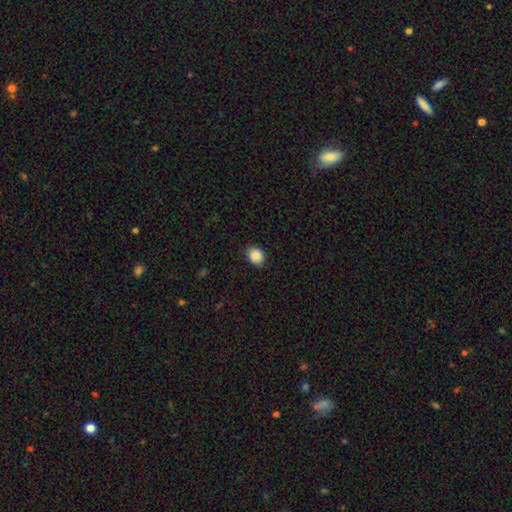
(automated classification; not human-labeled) The model was most divided on "how rounded": round: 52%, in between: 47%, cigar-shaped: 1%. More confident: smooth or featured — smooth (88%); merging — none (82%).